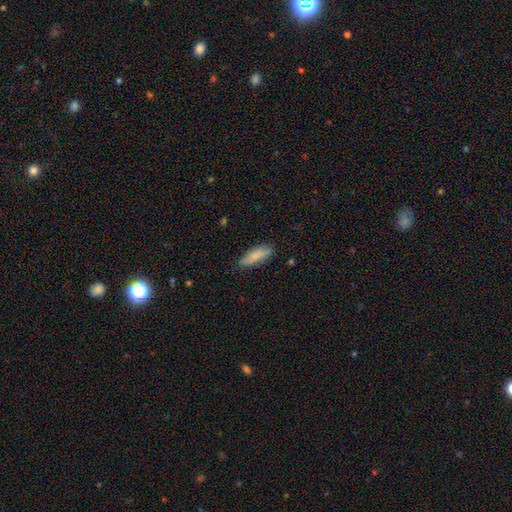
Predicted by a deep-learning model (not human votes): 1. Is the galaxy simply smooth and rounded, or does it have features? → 82% smooth, 12% featured or disk, 6% star or artifact.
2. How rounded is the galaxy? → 56% in between, 42% cigar-shaped, 2% round.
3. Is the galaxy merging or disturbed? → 78% none, 17% minor disturbance, 3% major disturbance, 2% merger.